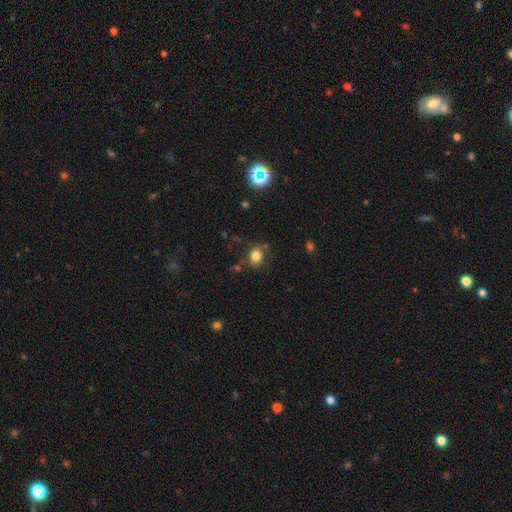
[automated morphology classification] Smooth or featured: smooth — 80% (star or artifact — 13%)
How rounded: round — 55% (in between — 44%)
Merging: none — 73% (minor disturbance — 16%)